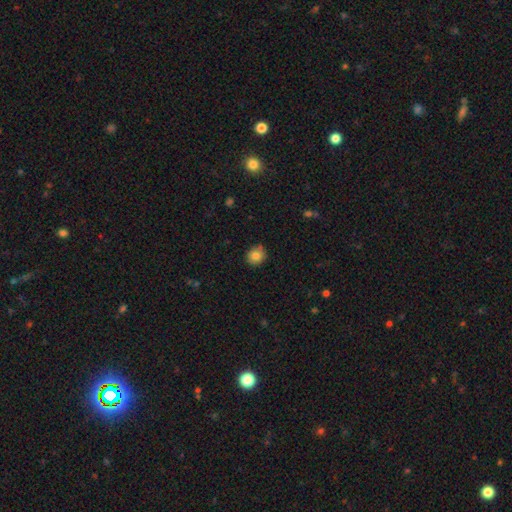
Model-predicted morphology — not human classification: Smooth or featured?
  - smooth: 83% *
  - star or artifact: 10%
  - featured or disk: 7%
How rounded?
  - round: 81% *
  - in between: 18%
  - cigar-shaped: 1%
Merging?
  - none: 83% *
  - minor disturbance: 13%
  - major disturbance: 2%
  - merger: 2%